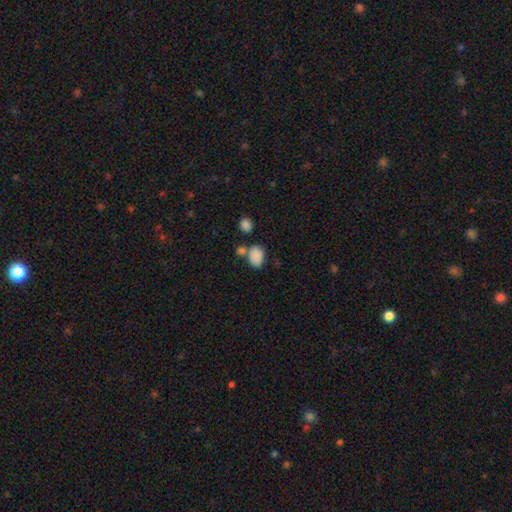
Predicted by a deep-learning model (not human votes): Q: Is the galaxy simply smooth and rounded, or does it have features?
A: smooth — 86%.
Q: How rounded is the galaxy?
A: in between — 83%.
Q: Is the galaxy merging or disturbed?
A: none — 56%.